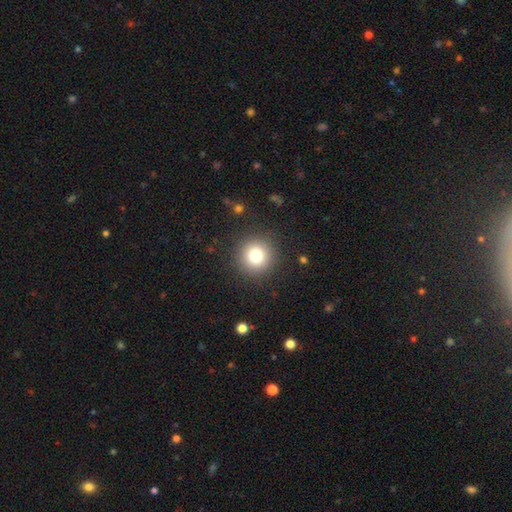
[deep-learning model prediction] This is likely a smooth galaxy (80%). How rounded: clearly round (95%). Merging: clearly none (90%).